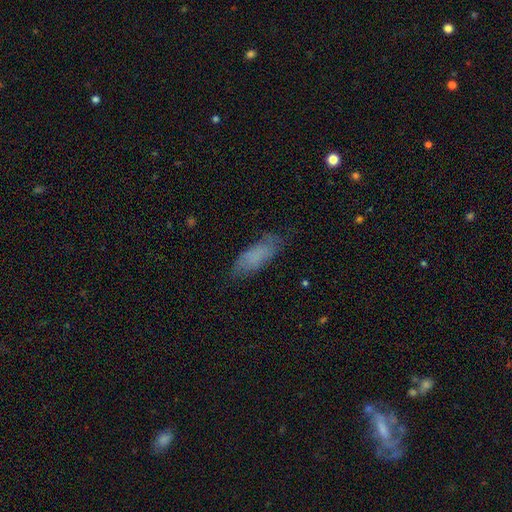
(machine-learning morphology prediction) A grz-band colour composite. It shows a smooth galaxy with no disk features (70%) that is in between round and cigar-shaped (69%). Merging: none (67%).